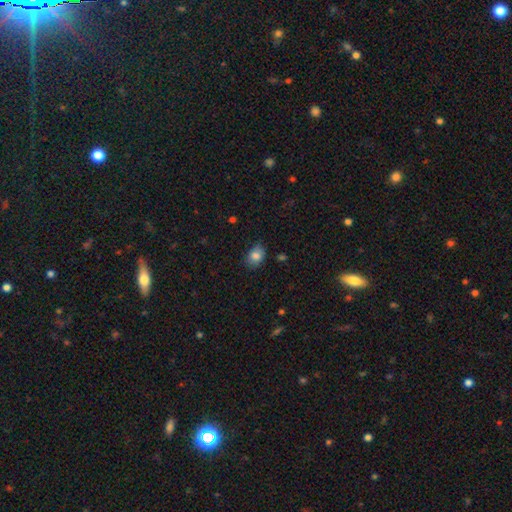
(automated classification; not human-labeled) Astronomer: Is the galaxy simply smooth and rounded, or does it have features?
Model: smooth — 82%.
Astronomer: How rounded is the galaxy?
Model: in between — 72%.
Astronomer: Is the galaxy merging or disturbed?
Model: none — 72%.